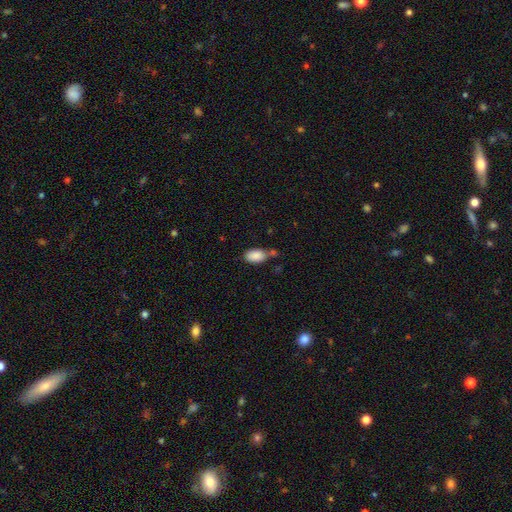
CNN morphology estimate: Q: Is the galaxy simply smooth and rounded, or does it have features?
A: smooth — 88%.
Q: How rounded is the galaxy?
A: in between — 92%.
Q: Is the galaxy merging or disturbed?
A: none — 52%.